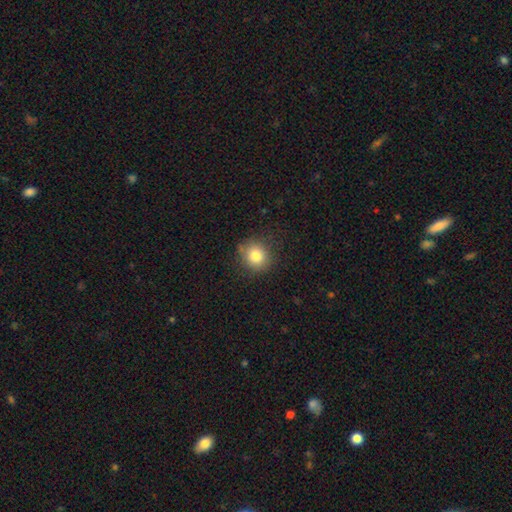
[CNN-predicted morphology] Smooth or featured?
  - smooth: 81% *
  - star or artifact: 11%
  - featured or disk: 8%
How rounded?
  - round: 88% *
  - in between: 11%
  - cigar-shaped: 1%
Merging?
  - none: 82% *
  - minor disturbance: 13%
  - major disturbance: 3%
  - merger: 2%